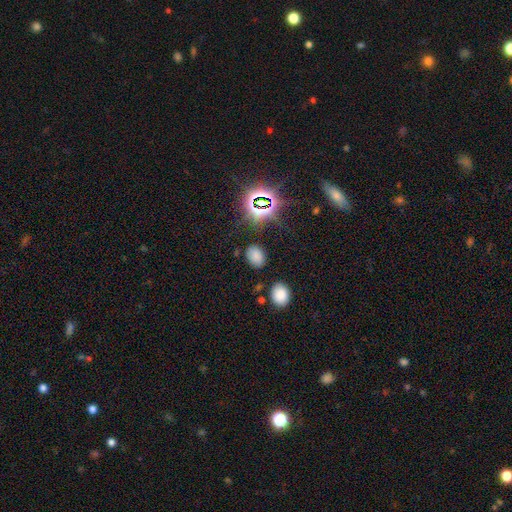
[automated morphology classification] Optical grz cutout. It shows a smooth galaxy with no disk features (71%) that is in between round and cigar-shaped (81%). Merging: none (80%).